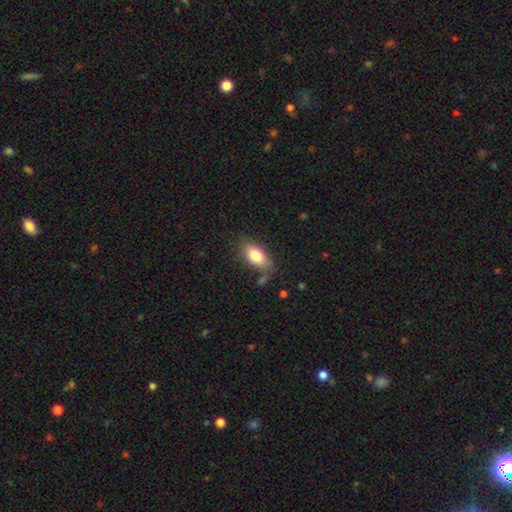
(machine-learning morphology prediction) smooth-or-featured: smooth: 79% | featured or disk: 13% | star or artifact: 7%
  how-rounded: in between: 89% | round: 6% | cigar-shaped: 5%
  merging: none: 72% | minor disturbance: 19% | major disturbance: 5% | merger: 4%